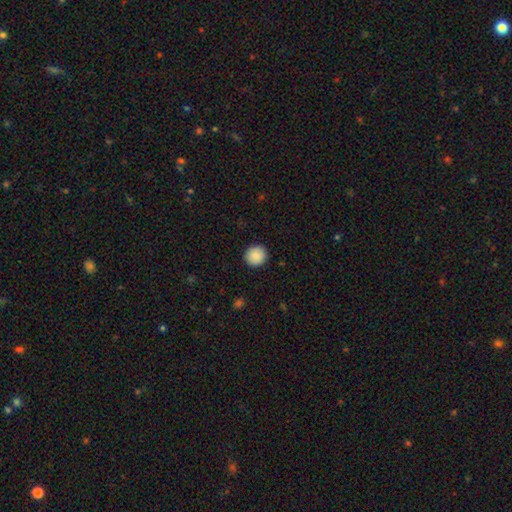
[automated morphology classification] This is clearly a smooth galaxy (89%). How rounded: clearly round (88%). Merging: clearly none (91%).